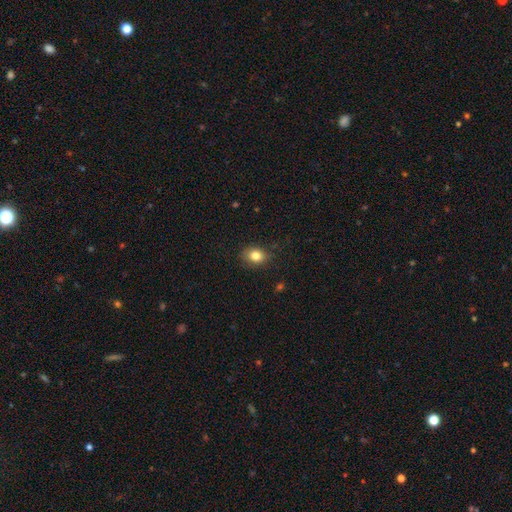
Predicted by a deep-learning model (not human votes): smooth_or_featured: smooth (p=0.82) [alt: star or artifact p=0.11]
how_rounded: round (p=0.50) [alt: in between p=0.49]
merging: none (p=0.84) [alt: minor disturbance p=0.12]